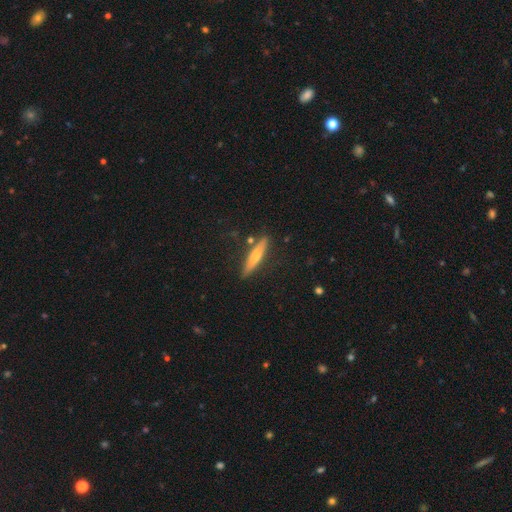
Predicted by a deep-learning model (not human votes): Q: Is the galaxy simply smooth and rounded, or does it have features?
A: smooth — 59%.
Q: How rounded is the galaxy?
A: cigar-shaped — 84%.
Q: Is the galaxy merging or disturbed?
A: none — 82%.